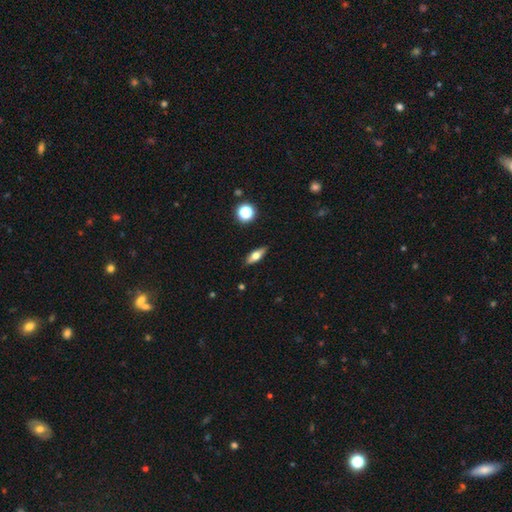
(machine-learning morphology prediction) smooth 54%, featured or disk 38%, star or artifact 8%. Down the decision tree: how rounded — in between (62%); merging — none (88%).